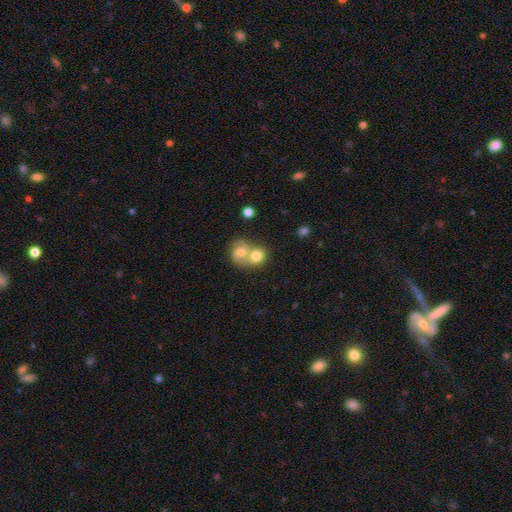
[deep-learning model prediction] The model was most divided on "how rounded": round: 68%, in between: 30%, cigar-shaped: 1%. More confident: smooth or featured — smooth (71%); merging — merger (69%).